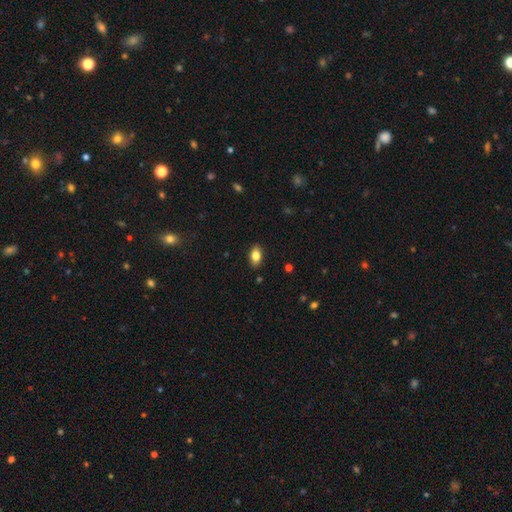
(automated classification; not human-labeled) The model was most divided on "smooth or featured": smooth: 82%, featured or disk: 10%, star or artifact: 8%. More confident: how rounded — in between (89%); merging — none (87%).